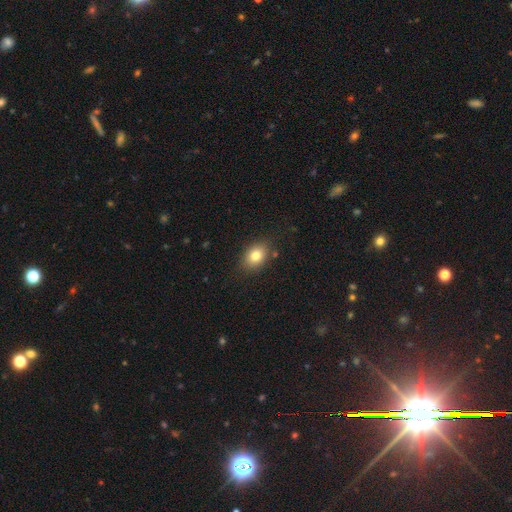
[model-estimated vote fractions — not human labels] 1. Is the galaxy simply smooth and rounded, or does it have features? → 80% smooth, 10% featured or disk, 10% star or artifact.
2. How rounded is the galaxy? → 70% in between, 29% round, 1% cigar-shaped.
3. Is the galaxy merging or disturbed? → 82% none, 13% minor disturbance, 3% major disturbance, 2% merger.